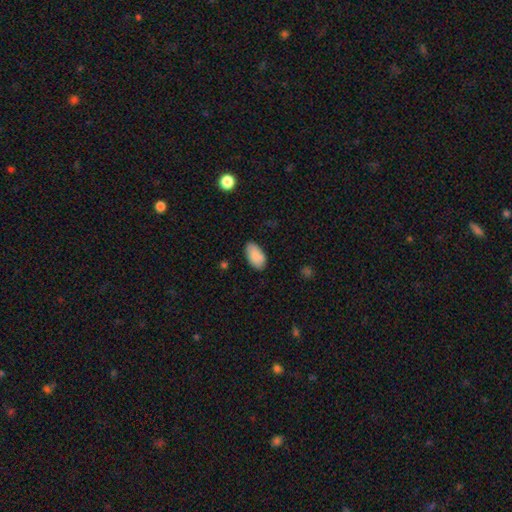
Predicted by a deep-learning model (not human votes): A smooth galaxy with no disk features (87%) that is in between round and cigar-shaped (95%).

Vote fractions:
- Smooth or featured? smooth: 87% / featured or disk: 7% / star or artifact: 7%
- How rounded? in between: 95% / round: 3% / cigar-shaped: 2%
- Merging? none: 78% / minor disturbance: 17% / major disturbance: 3% / merger: 2%